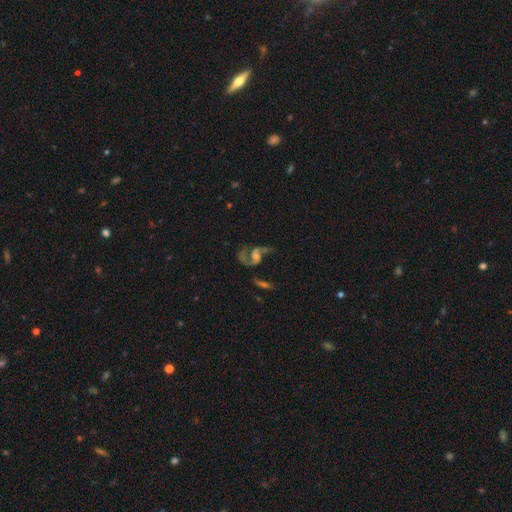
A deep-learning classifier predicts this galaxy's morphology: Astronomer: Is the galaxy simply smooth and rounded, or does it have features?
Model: featured or disk — 80%.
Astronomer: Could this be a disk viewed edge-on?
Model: no — 97%.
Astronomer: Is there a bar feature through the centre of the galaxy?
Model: no — 51% (runner-up: weak, 37%).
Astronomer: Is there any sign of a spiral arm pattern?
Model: yes — 90%.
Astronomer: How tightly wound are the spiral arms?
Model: loose — 58% (runner-up: medium, 35%).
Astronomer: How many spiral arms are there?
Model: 2 — 81%.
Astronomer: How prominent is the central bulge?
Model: moderate — 37% (runner-up: small, 32%).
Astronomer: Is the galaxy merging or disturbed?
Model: none — 41% (runner-up: major disturbance, 32%).